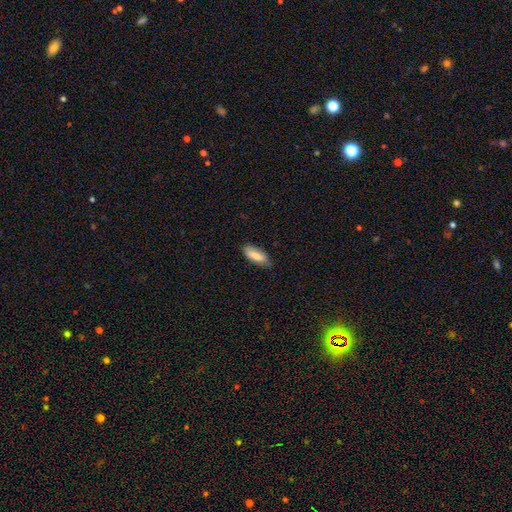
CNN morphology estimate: Smooth or featured? smooth (80%)
How rounded? in between (72%)
Merging? none (78%)